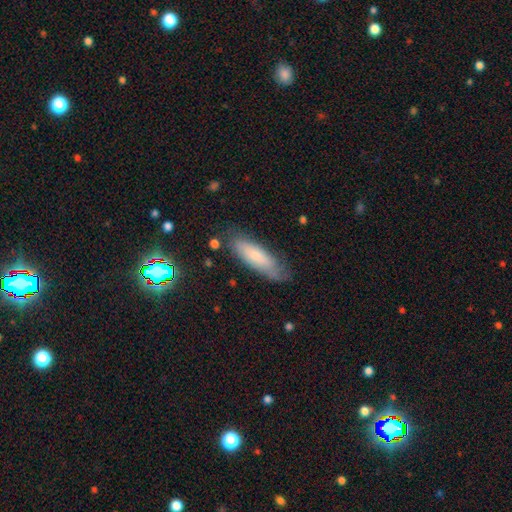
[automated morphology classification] Overall: smooth (68%). How rounded: cigar-shaped (53%; in between 46%). Merging: none (71%).